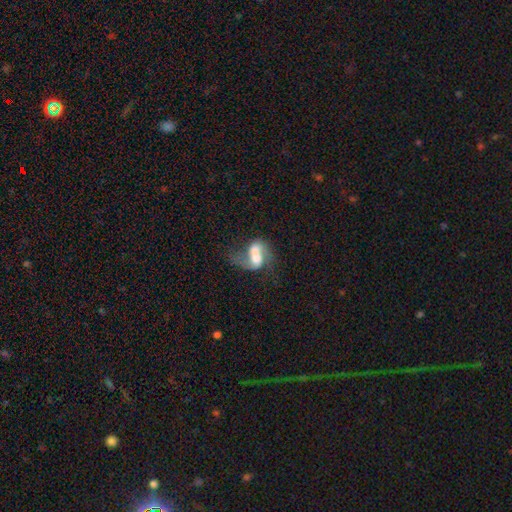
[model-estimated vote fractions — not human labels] The model was most divided on "bar": no: 49%, weak: 34%, strong: 17%. Remaining: edge-on disk — no (96%); spiral arms — yes (75%); smooth or featured — featured or disk (62%); merging — merger (46%); bulge size — moderate (46%).